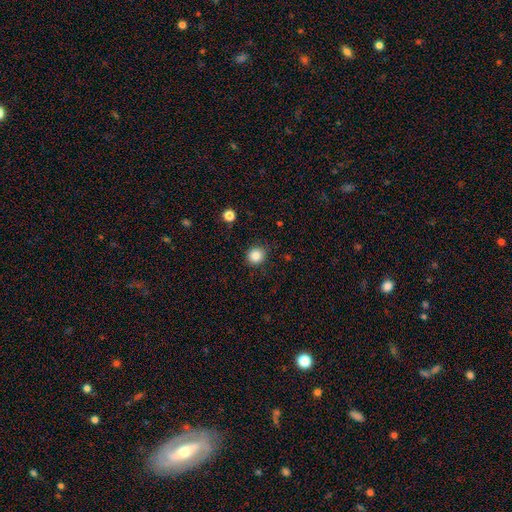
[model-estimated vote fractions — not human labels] smooth_or_featured: smooth (p=0.86) [alt: star or artifact p=0.10]
how_rounded: round (p=0.86) [alt: in between p=0.14]
merging: none (p=0.87) [alt: minor disturbance p=0.09]